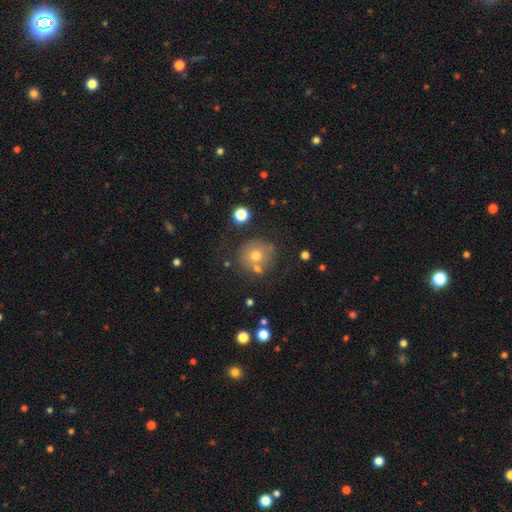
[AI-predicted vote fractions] The model was most divided on "smooth or featured": smooth: 68%, featured or disk: 17%, star or artifact: 15%. More confident: how rounded — round (90%); merging — none (70%).